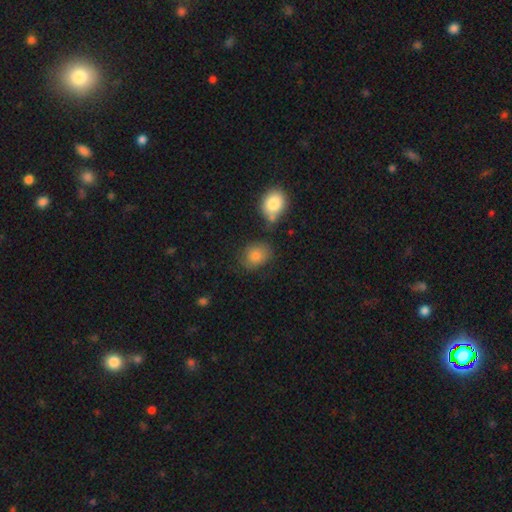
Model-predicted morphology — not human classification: Smooth or featured: smooth — 80% (featured or disk — 10%)
How rounded: round — 52% (in between — 47%)
Merging: none — 64% (minor disturbance — 21%)